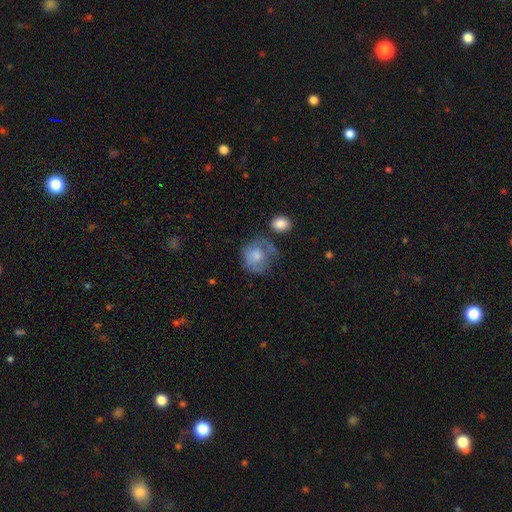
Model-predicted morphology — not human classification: A smooth galaxy with no disk features (61%) that is round (76%). Merging: none (44%).